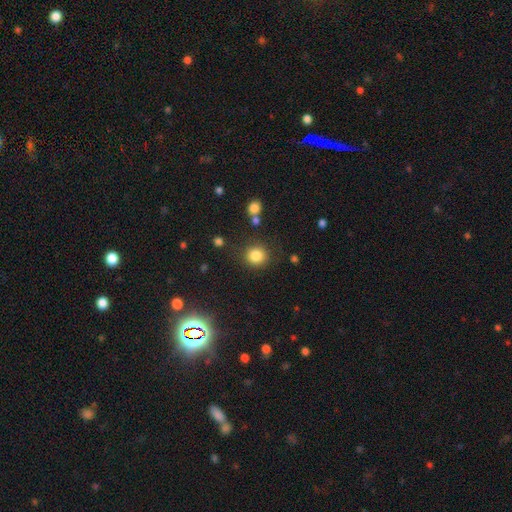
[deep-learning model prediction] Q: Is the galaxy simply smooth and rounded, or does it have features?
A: smooth — 83%.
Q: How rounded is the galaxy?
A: round — 89%.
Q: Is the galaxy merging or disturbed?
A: none — 82%.